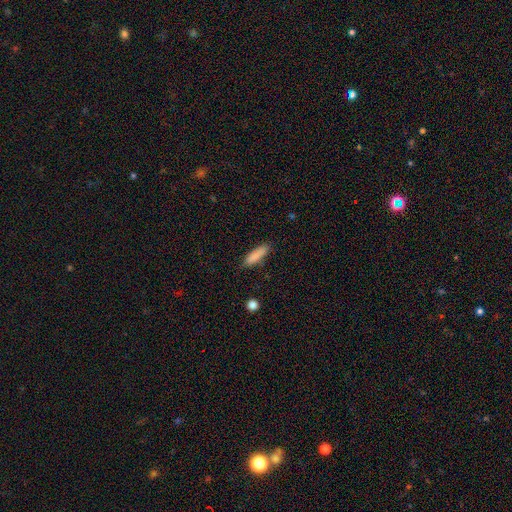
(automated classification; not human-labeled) smooth-or-featured: smooth: 86% | featured or disk: 7% | star or artifact: 7%
  how-rounded: cigar-shaped: 68% | in between: 31% | round: 2%
  merging: none: 84% | minor disturbance: 12% | major disturbance: 2% | merger: 2%